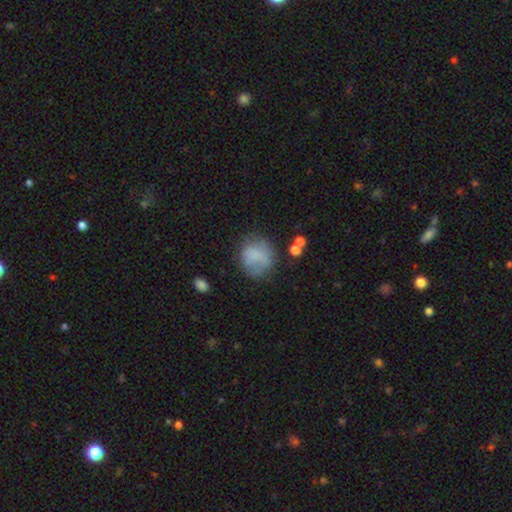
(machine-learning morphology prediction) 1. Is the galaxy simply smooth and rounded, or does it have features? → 68% smooth, 21% featured or disk, 11% star or artifact.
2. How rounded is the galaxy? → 78% round, 21% in between, 1% cigar-shaped.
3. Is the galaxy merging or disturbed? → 54% none, 24% minor disturbance, 16% major disturbance, 6% merger.